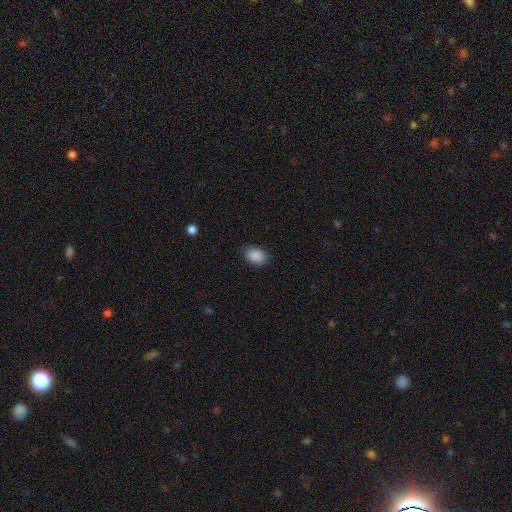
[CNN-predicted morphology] This is clearly a smooth galaxy (89%). How rounded: likely in between (76%). Merging: clearly none (85%).